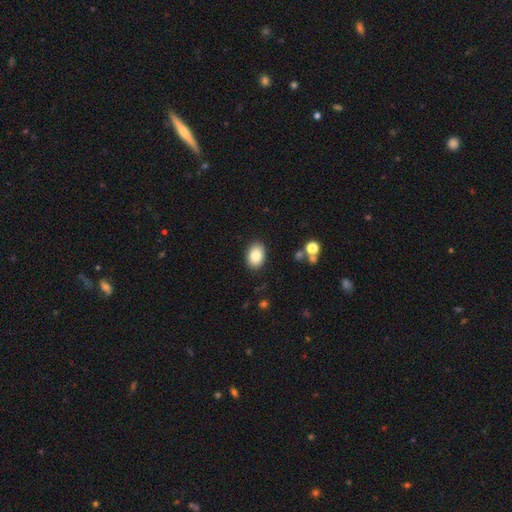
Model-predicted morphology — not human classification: Smooth or featured?
  - smooth: 84% *
  - featured or disk: 8%
  - star or artifact: 8%
How rounded?
  - in between: 81% *
  - round: 18%
  - cigar-shaped: 1%
Merging?
  - none: 89% *
  - minor disturbance: 8%
  - major disturbance: 2%
  - merger: 1%